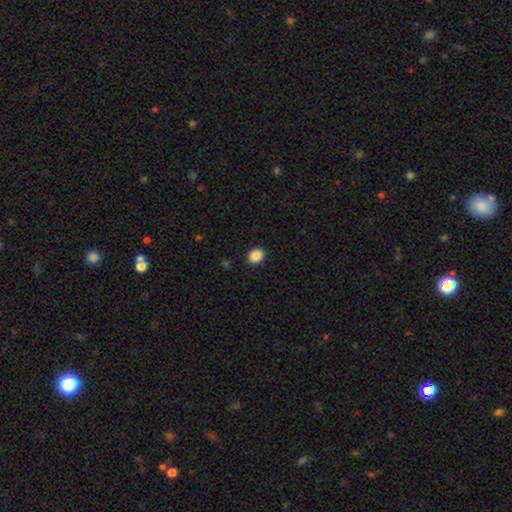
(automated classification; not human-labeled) Smooth or featured? Predicted: smooth (p=0.89). How rounded? Predicted: round (p=0.53). Merging? Predicted: none (p=0.90).